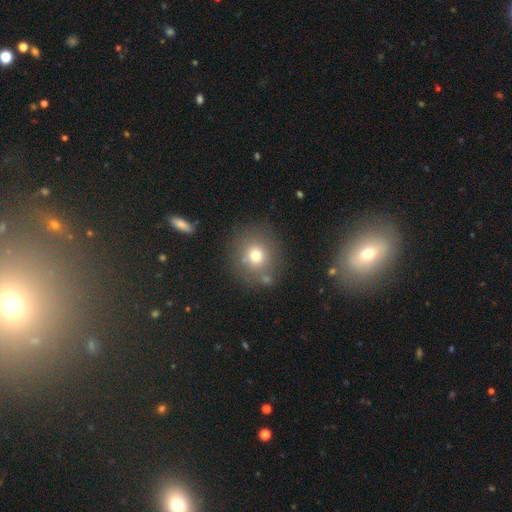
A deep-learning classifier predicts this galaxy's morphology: The model was most divided on "smooth or featured": smooth: 73%, star or artifact: 14%, featured or disk: 13%. More confident: how rounded — round (87%); merging — none (77%).